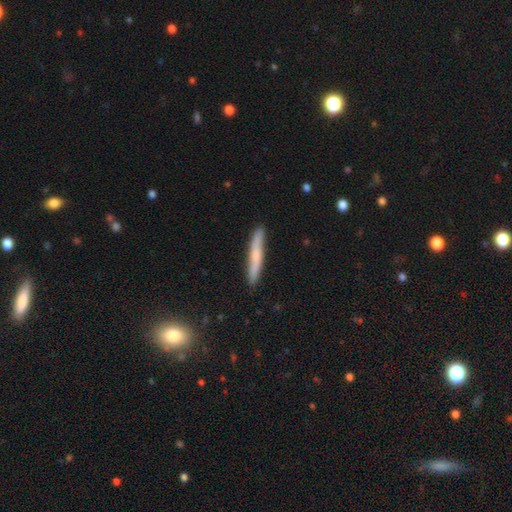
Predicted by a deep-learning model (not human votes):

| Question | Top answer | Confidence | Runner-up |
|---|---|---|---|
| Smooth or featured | smooth | 59% | featured or disk (36%) |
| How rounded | cigar-shaped | 95% | in between (4%) |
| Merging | none | 88% | minor disturbance (9%) |